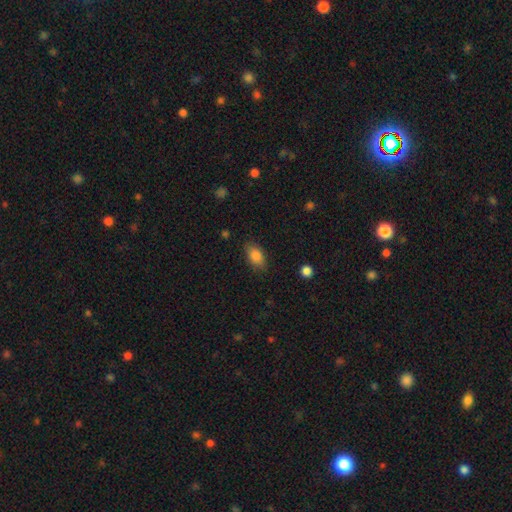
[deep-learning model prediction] This appears to be a smooth galaxy with no disk features (85%) that is in between round and cigar-shaped (89%). Merging: none (82%).